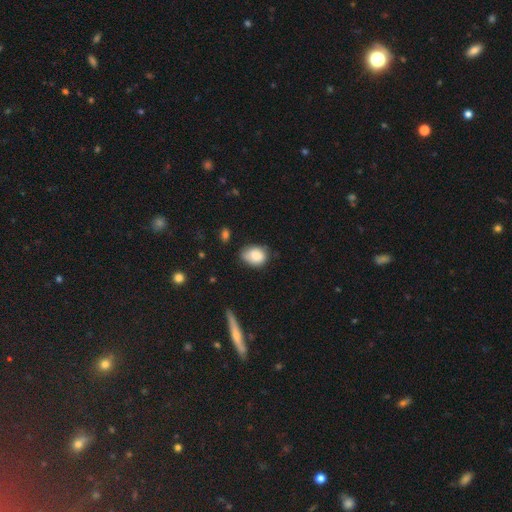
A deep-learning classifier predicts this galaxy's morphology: Overall: smooth (81%). How rounded: in between (62%; round 37%). Merging: none (54%; minor disturbance 35%).